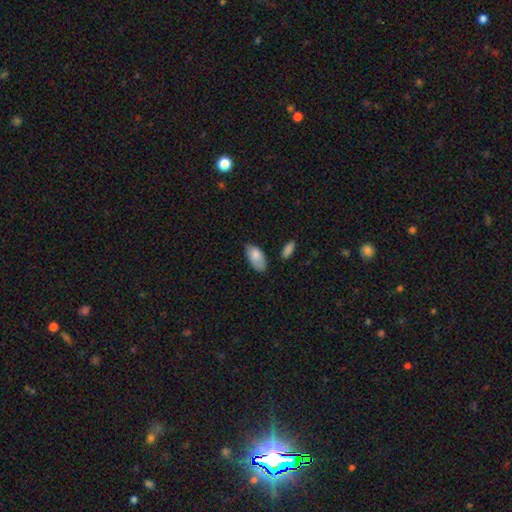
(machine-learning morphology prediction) A smooth galaxy with no disk features (83%) that is in between round and cigar-shaped (94%). Merging: none (60%).